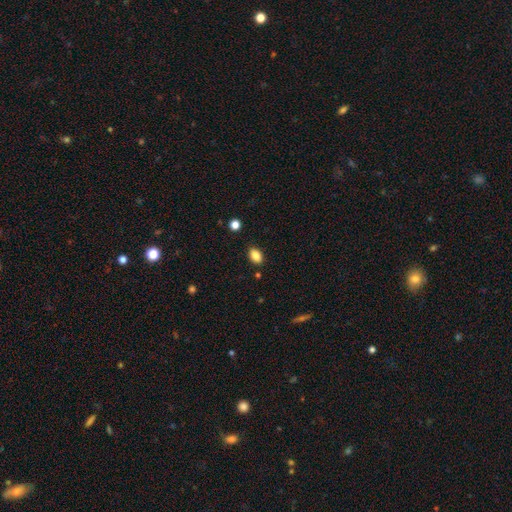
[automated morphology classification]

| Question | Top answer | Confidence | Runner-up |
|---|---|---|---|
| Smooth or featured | smooth | 86% | star or artifact (9%) |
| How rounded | in between | 86% | round (12%) |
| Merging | none | 87% | minor disturbance (9%) |